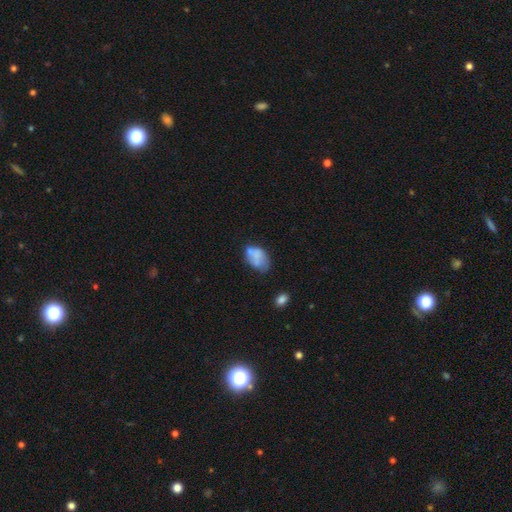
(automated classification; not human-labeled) Morphology: type=smooth (64%); roundness=in between (86%); merging=none (41%).